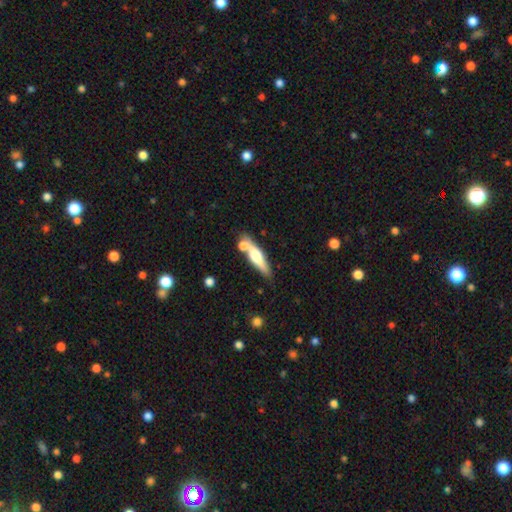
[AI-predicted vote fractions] Smooth or featured? Predicted: smooth (p=0.48). Merging? Predicted: none (p=0.63).